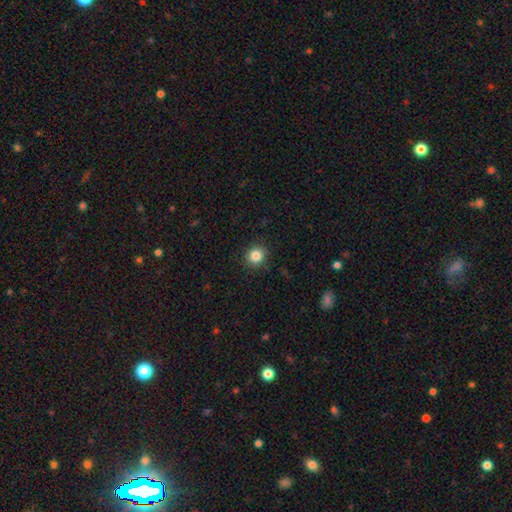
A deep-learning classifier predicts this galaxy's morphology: A smooth galaxy with no disk features (84%) that is round (89%).

Vote fractions:
- Smooth or featured? smooth: 84% / star or artifact: 11% / featured or disk: 5%
- How rounded? round: 89% / in between: 10% / cigar-shaped: 1%
- Merging? none: 91% / minor disturbance: 6% / major disturbance: 2% / merger: 1%